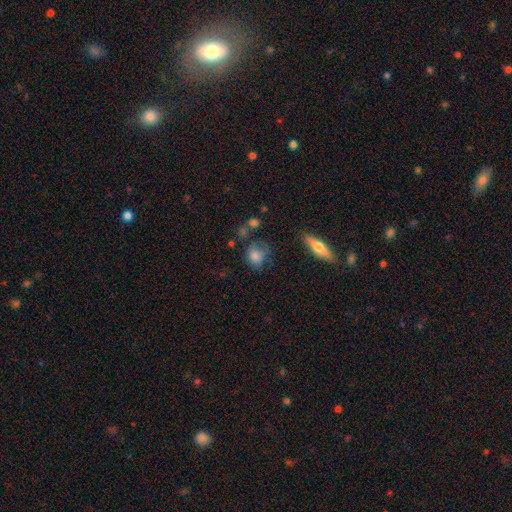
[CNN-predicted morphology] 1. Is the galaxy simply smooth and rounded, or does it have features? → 76% smooth, 14% featured or disk, 10% star or artifact.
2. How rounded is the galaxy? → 56% round, 42% in between, 2% cigar-shaped.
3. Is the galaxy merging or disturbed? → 46% none, 29% minor disturbance, 17% major disturbance, 8% merger.